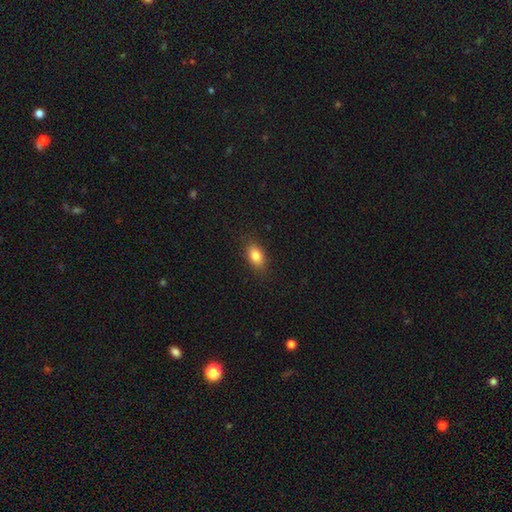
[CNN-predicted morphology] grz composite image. It shows a smooth galaxy with no disk features (83%) that is in between round and cigar-shaped (87%). Merging: none (86%).